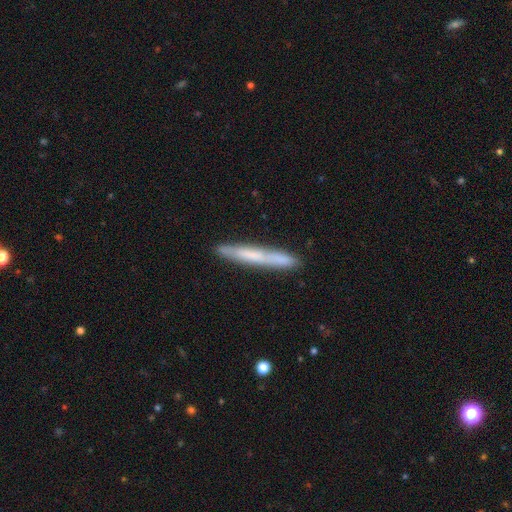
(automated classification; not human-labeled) This appears to be a smooth galaxy with no disk features (53%) that is cigar-shaped (96%). Merging: none (84%).